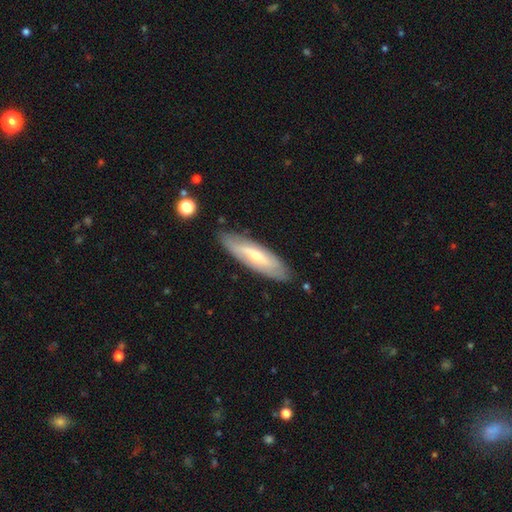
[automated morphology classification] smooth-or-featured: featured or disk: 54% | smooth: 40% | star or artifact: 6%
  disk-edge-on: no: 62% | yes: 38%
  merging: none: 83% | minor disturbance: 13% | major disturbance: 3% | merger: 2%